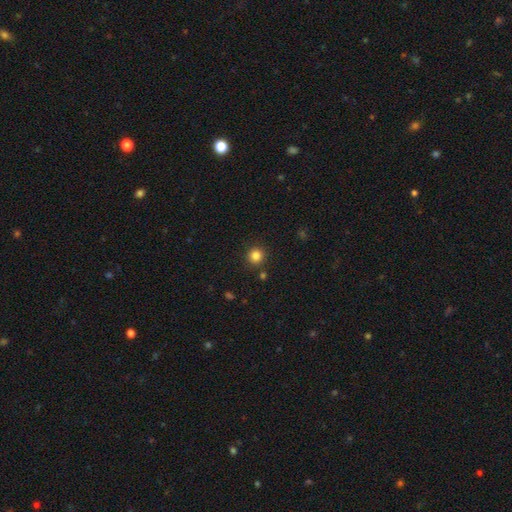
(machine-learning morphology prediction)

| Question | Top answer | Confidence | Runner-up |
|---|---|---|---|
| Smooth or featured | smooth | 83% | star or artifact (12%) |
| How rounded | round | 93% | in between (6%) |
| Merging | none | 88% | minor disturbance (6%) |